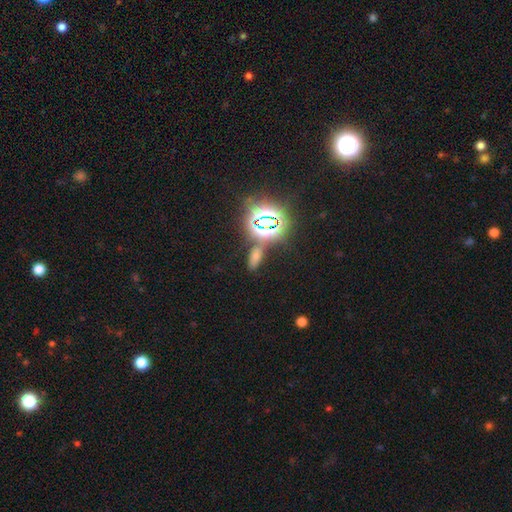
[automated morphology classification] Smooth or featured?
  - smooth: 49% *
  - star or artifact: 43%
  - featured or disk: 8%
Merging?
  - none: 74% *
  - minor disturbance: 11%
  - merger: 10%
  - major disturbance: 5%